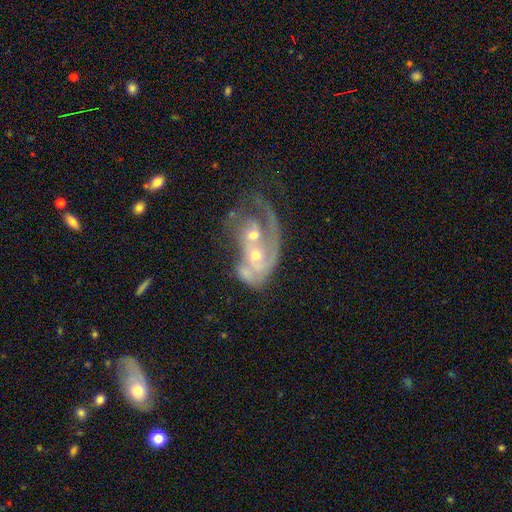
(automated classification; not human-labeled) Smooth or featured? featured or disk (75%)
Edge-on disk? no (96%)
Bar? no (74%)
Spiral arms? yes (69%)
Bulge size? moderate (55%)
Merging? merger (74%)